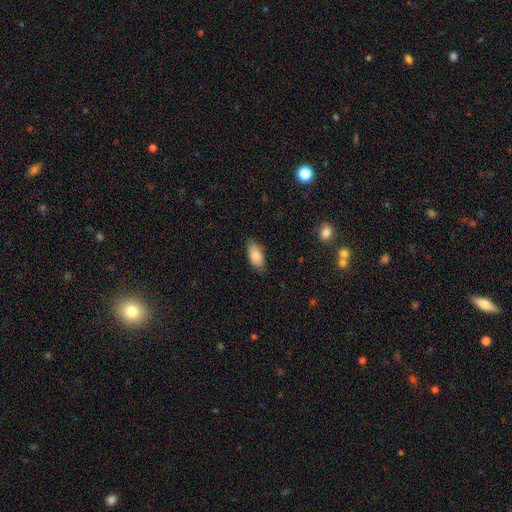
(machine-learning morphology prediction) This is clearly a smooth galaxy (83%). How rounded: clearly in between (90%). Merging: clearly none (82%).